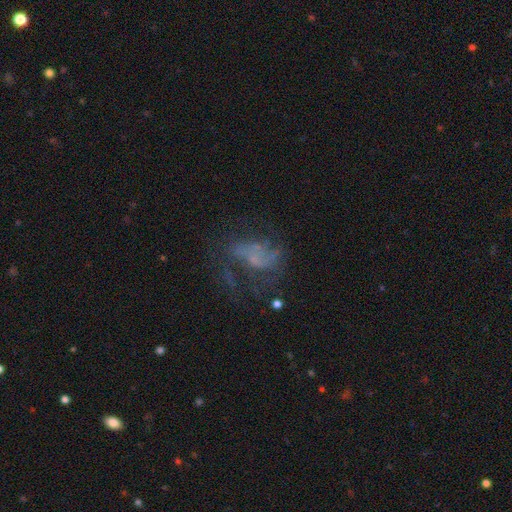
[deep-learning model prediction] This is possibly a featured or disk galaxy (58%). It is clearly not viewed edge-on (97%). Bar: likely no (78%). Spiral arm pattern: possibly no (56%). Central bulge: likely none (65%). Merging: marginally major disturbance (41%).